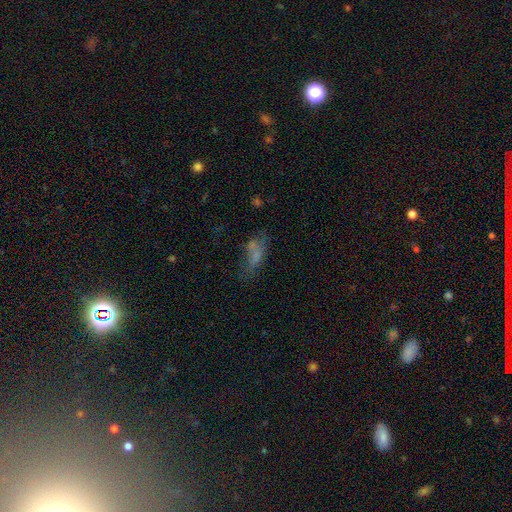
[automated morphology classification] Smooth or featured?
  - smooth: 57% *
  - featured or disk: 28%
  - star or artifact: 15%
How rounded?
  - in between: 74% *
  - cigar-shaped: 22%
  - round: 4%
Merging?
  - none: 37% *
  - major disturbance: 27%
  - minor disturbance: 23%
  - merger: 13%